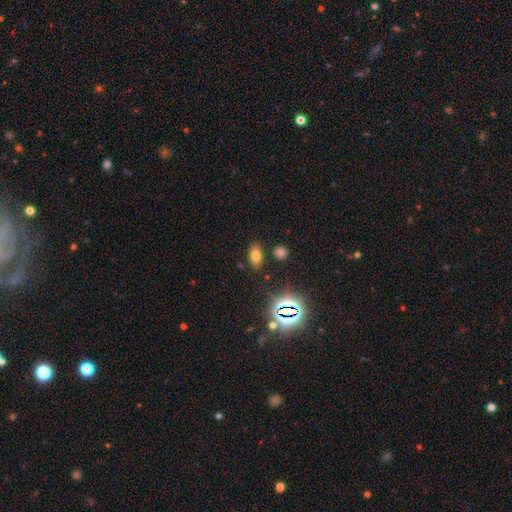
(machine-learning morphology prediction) Smooth or featured? smooth (68%)
How rounded? in between (85%)
Merging? none (82%)